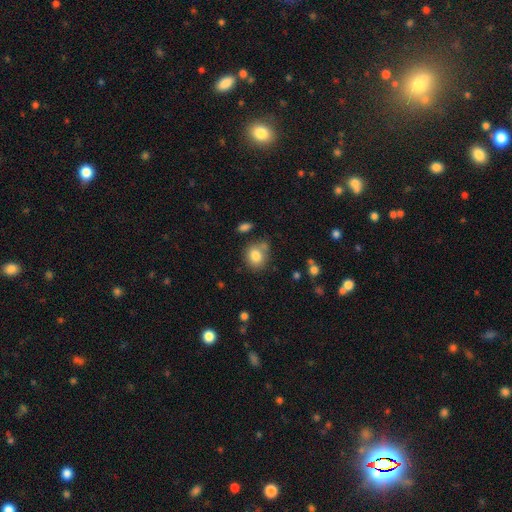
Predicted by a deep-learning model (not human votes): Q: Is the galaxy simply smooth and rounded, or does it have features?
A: smooth — 82%.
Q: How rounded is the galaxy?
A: round — 65%.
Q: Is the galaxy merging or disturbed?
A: none — 65%.